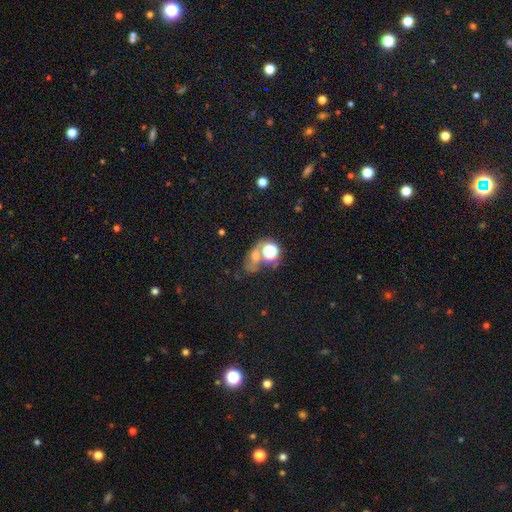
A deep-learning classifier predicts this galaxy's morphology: Smooth or featured: smooth — 38% (star or artifact — 37%)
Merging: none — 40% (merger — 30%)